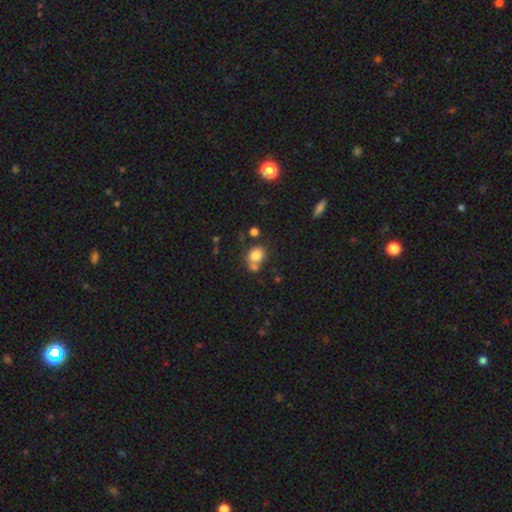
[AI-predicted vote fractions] This appears to be a smooth galaxy with no disk features (79%) that is round (60%). Merging: none (51%).